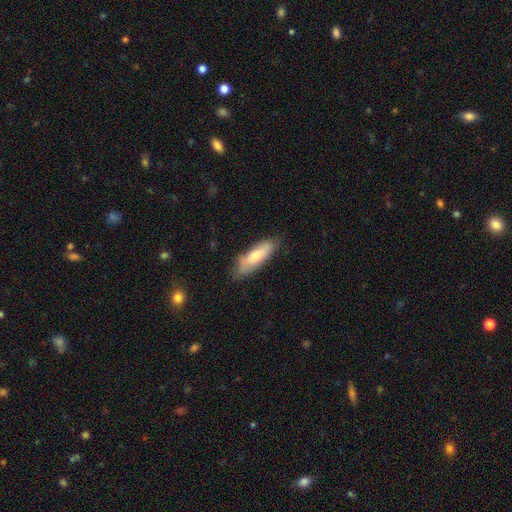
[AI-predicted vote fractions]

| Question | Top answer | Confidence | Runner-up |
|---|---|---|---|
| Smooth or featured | smooth | 69% | featured or disk (25%) |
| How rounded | in between | 58% | cigar-shaped (41%) |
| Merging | none | 72% | minor disturbance (22%) |